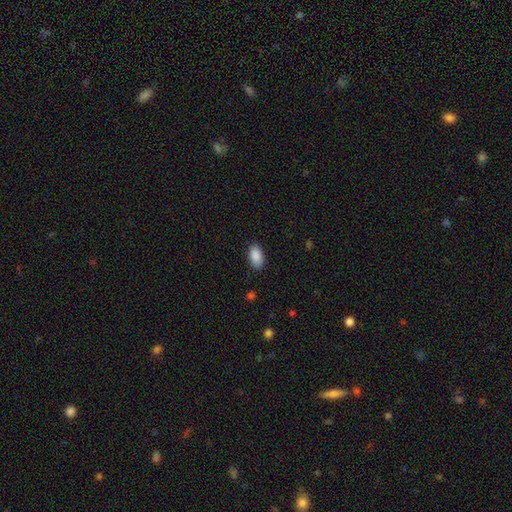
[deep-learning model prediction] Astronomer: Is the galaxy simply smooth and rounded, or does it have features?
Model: smooth — 90%.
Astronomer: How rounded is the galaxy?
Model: in between — 94%.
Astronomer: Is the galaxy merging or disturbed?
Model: none — 86%.